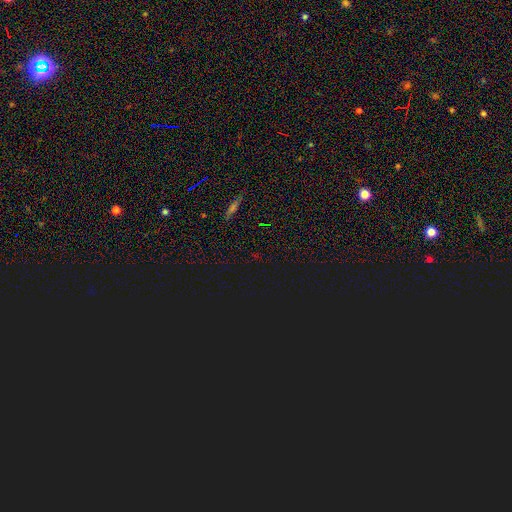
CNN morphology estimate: Smooth or featured?
  - star or artifact: 75% *
  - smooth: 17%
  - featured or disk: 8%